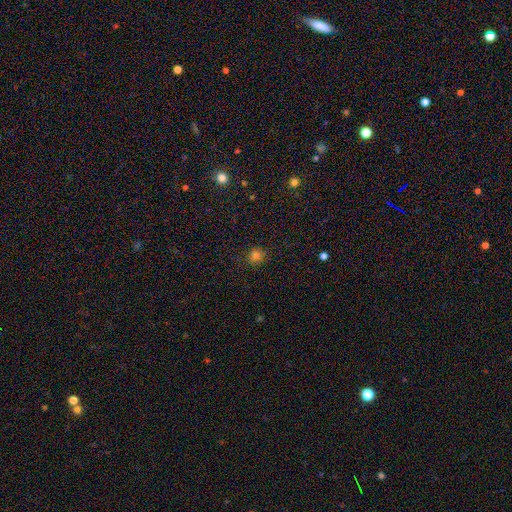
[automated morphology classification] type=smooth (78%); roundness=round (86%); merging=none (85%).